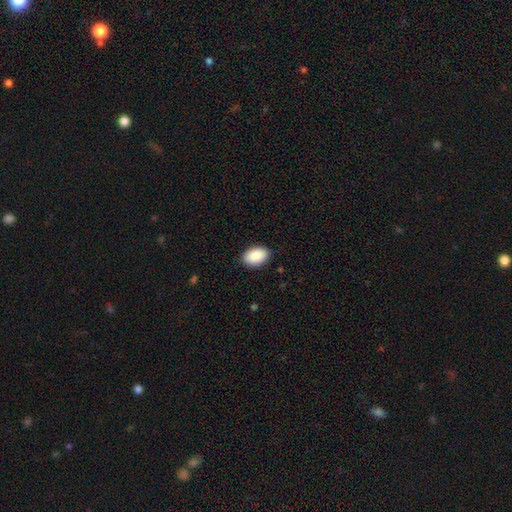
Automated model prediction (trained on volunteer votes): Smooth or featured: smooth — 91% (star or artifact — 6%)
How rounded: in between — 91% (round — 7%)
Merging: none — 88% (minor disturbance — 9%)